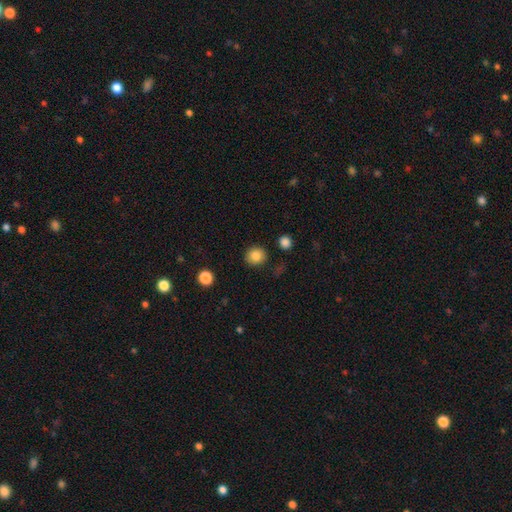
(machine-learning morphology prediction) type=smooth (84%); roundness=round (87%); merging=none (89%).